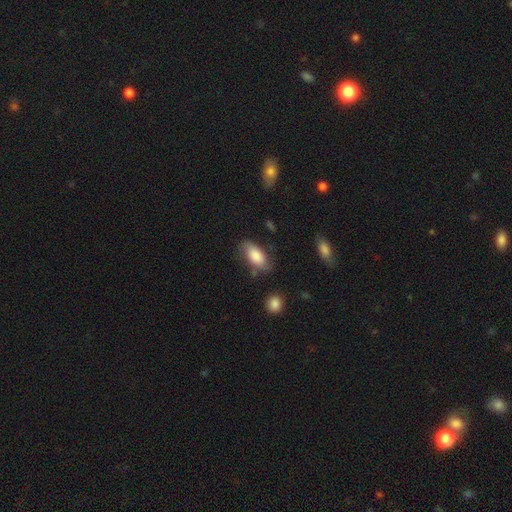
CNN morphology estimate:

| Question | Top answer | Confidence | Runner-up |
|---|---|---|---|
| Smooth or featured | smooth | 74% | featured or disk (19%) |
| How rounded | in between | 90% | cigar-shaped (6%) |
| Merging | none | 65% | minor disturbance (24%) |